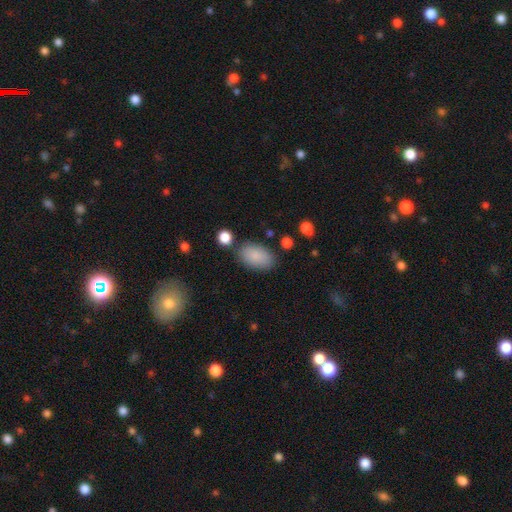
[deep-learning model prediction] A smooth galaxy with no disk features (87%) that is in between round and cigar-shaped (94%).

Vote fractions:
- Smooth or featured? smooth: 87% / star or artifact: 7% / featured or disk: 6%
- How rounded? in between: 94% / round: 4% / cigar-shaped: 2%
- Merging? none: 80% / minor disturbance: 13% / merger: 4% / major disturbance: 4%